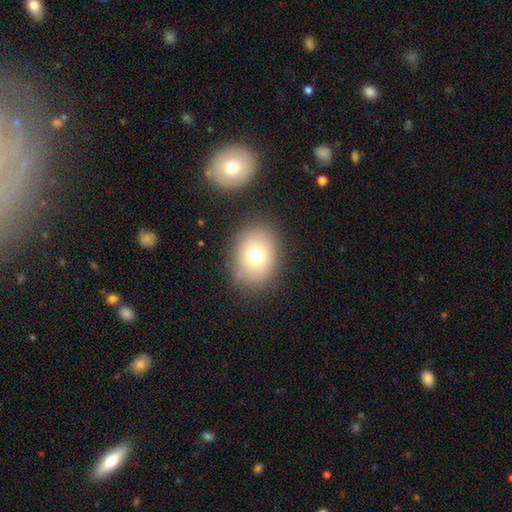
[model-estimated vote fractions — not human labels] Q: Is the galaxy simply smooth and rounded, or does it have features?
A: smooth — 71%.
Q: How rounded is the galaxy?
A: in between — 53%.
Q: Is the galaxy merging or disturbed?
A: none — 83%.